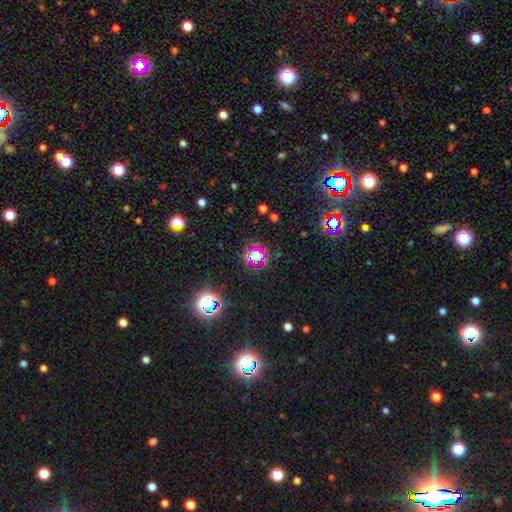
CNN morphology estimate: star or artifact 74%, smooth 18%, featured or disk 9%.